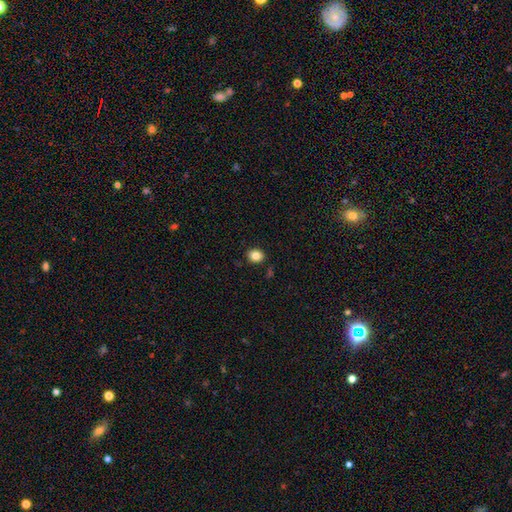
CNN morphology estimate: smooth-or-featured: smooth: 83% | star or artifact: 10% | featured or disk: 7%
  how-rounded: round: 59% | in between: 40% | cigar-shaped: 1%
  merging: none: 88% | minor disturbance: 8% | major disturbance: 2% | merger: 2%